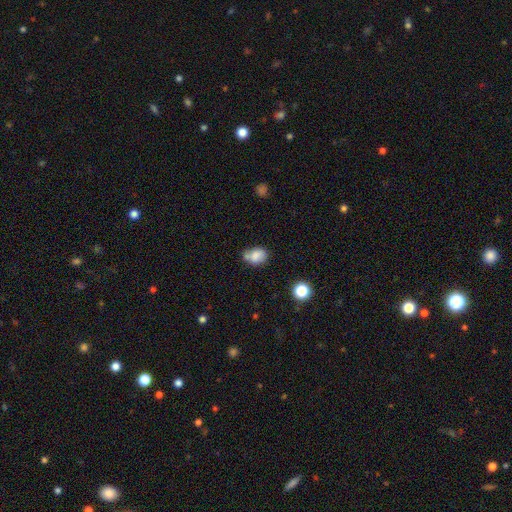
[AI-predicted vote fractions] Overall: smooth (77%). How rounded: in between (61%; round 38%). Merging: none (45%; minor disturbance 25%).